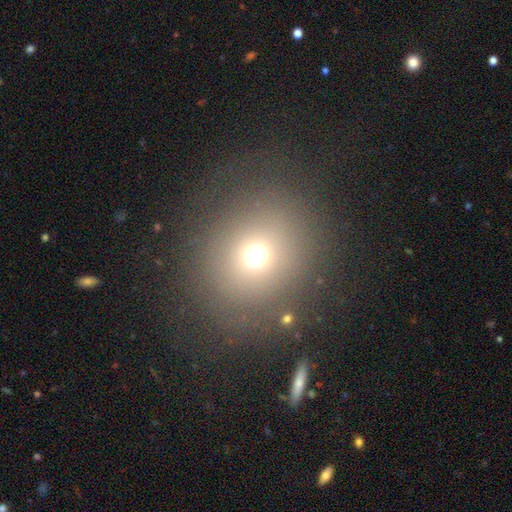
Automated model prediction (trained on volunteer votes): The model was most divided on "smooth or featured": smooth: 68%, star or artifact: 23%, featured or disk: 10%. More confident: how rounded — round (83%); merging — none (80%).